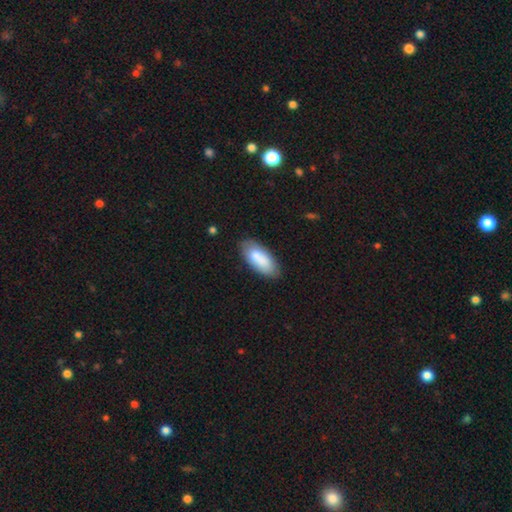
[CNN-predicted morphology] Overall: smooth (81%). How rounded: in between (88%). Merging: none (77%).